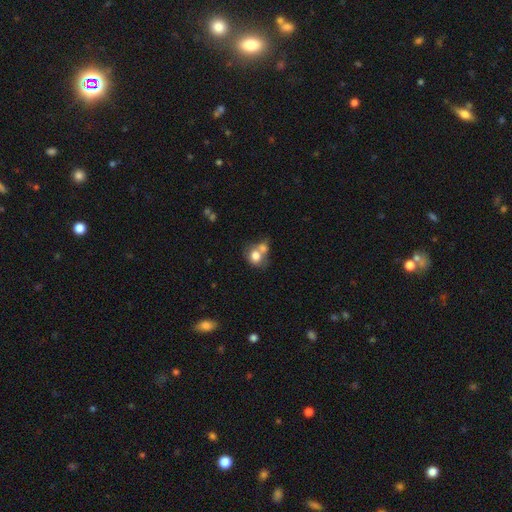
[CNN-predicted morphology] smooth_or_featured: smooth (p=0.75) [alt: featured or disk p=0.16]
how_rounded: round (p=0.62) [alt: in between p=0.37]
merging: merger (p=0.54) [alt: none p=0.30]